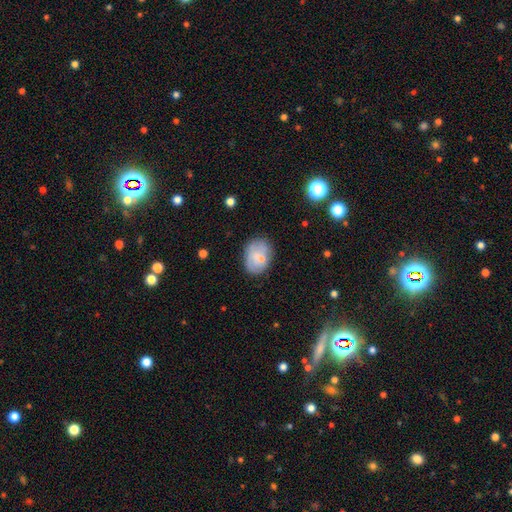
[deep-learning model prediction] The model was most divided on "smooth or featured": smooth: 61%, featured or disk: 29%, star or artifact: 9%. More confident: how rounded — in between (71%); merging — none (62%).